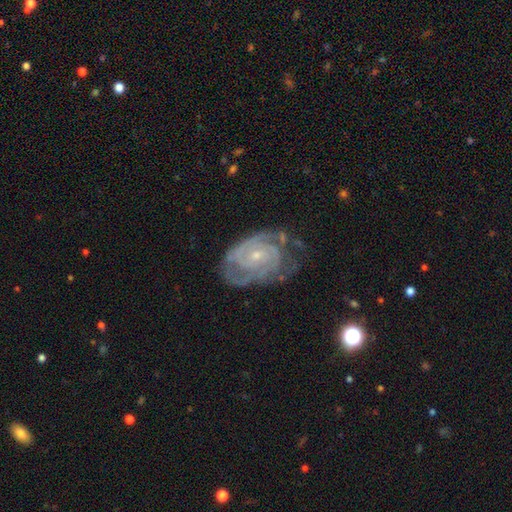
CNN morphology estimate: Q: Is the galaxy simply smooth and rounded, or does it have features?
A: featured or disk — 88%.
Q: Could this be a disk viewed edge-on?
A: no — 97%.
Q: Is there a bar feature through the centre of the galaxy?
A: no — 67%.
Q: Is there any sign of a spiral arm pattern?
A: yes — 97%.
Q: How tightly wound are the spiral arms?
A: tight — 69%.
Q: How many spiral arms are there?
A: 2 — 42%.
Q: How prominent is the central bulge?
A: small — 76%.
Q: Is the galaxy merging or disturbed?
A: none — 61%.